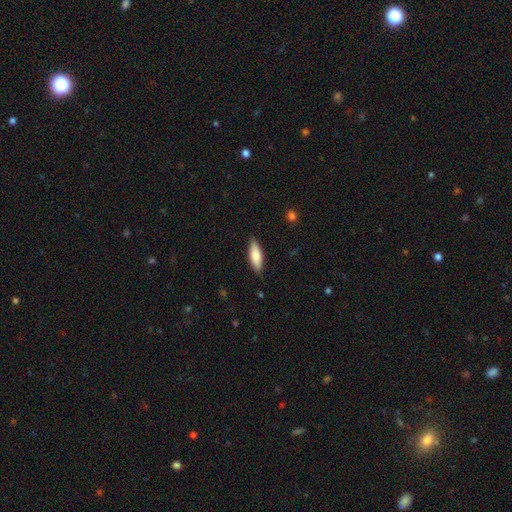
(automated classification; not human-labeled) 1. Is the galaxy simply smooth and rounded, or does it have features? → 75% smooth, 19% featured or disk, 6% star or artifact.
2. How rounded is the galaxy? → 56% in between, 43% cigar-shaped, 2% round.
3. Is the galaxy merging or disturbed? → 86% none, 11% minor disturbance, 2% major disturbance, 1% merger.